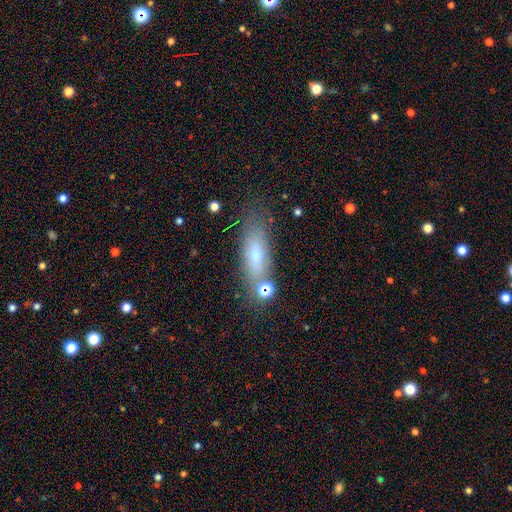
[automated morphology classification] smooth_or_featured: smooth (p=0.68) [alt: featured or disk p=0.21]
how_rounded: in between (p=0.54) [alt: cigar-shaped p=0.43]
merging: none (p=0.71) [alt: minor disturbance p=0.16]